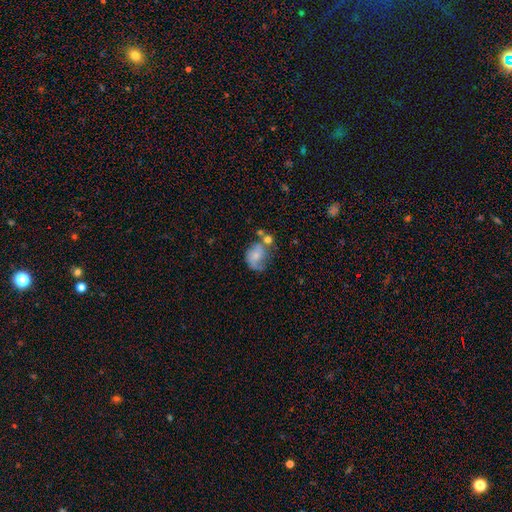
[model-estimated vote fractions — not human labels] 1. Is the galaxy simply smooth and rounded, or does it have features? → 58% smooth, 33% featured or disk, 10% star or artifact.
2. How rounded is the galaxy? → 57% in between, 42% round, 1% cigar-shaped.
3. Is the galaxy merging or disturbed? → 30% none, 26% minor disturbance, 24% merger, 20% major disturbance.